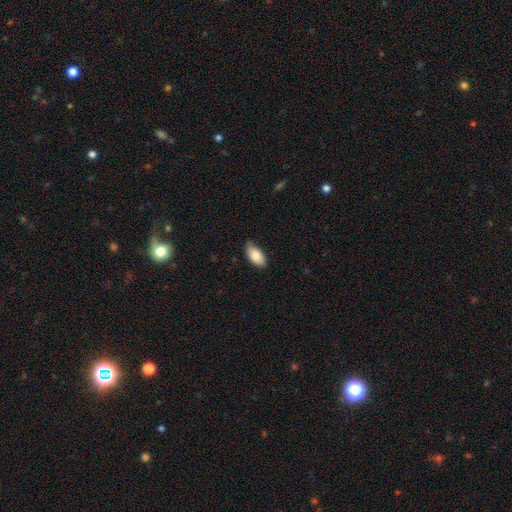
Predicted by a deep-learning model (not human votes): Smooth or featured? smooth (84%)
How rounded? in between (94%)
Merging? none (77%)